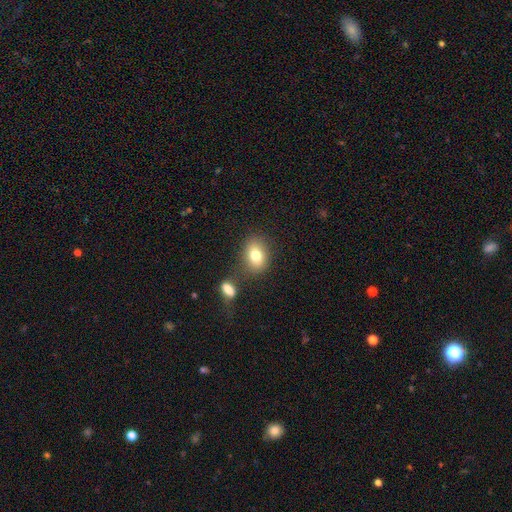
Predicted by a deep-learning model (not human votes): Smooth or featured: smooth — 78% (featured or disk — 12%)
How rounded: in between — 64% (round — 35%)
Merging: none — 70% (minor disturbance — 13%)